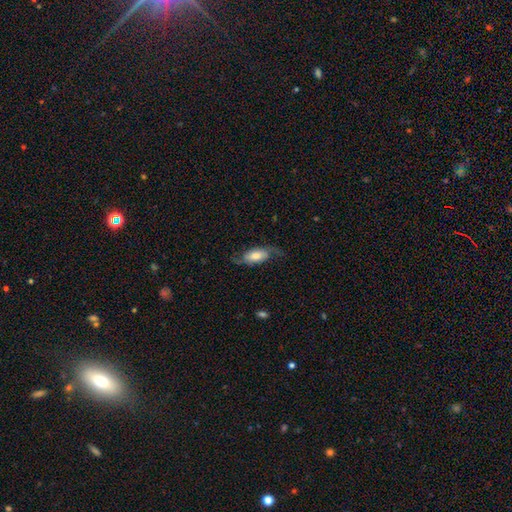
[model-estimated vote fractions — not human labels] featured or disk 51%, smooth 42%, star or artifact 7%. Down the decision tree: edge-on disk — no (86%); merging — none (62%).